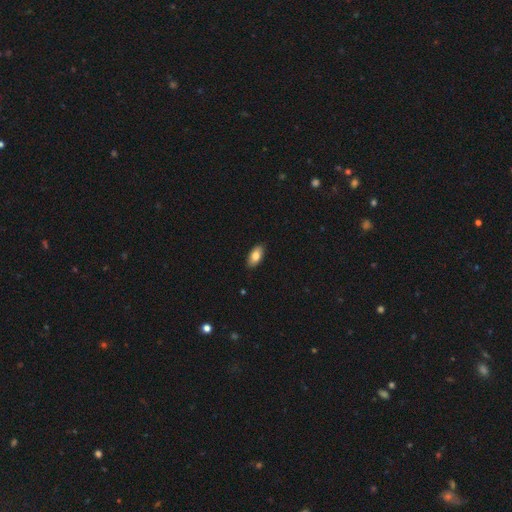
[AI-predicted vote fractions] A smooth galaxy with no disk features (82%) that is in between round and cigar-shaped (92%). Merging: none (88%).